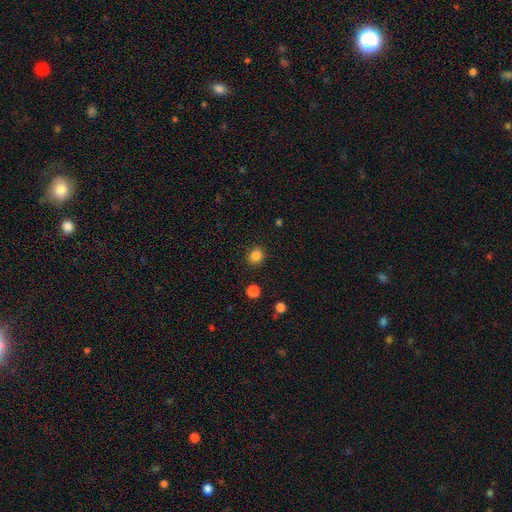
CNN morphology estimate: Smooth or featured: smooth — 84% (star or artifact — 12%)
How rounded: round — 85% (in between — 14%)
Merging: none — 90% (minor disturbance — 6%)